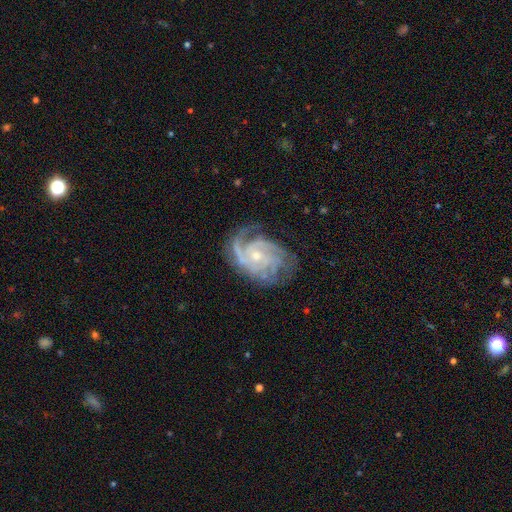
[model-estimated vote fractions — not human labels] This appears to be a featured or disk galaxy (90%) with no bar (67%), 3 (33%) tight (59%) spiral arms (98%) and a small central bulge (67%). Merging: none (69%).